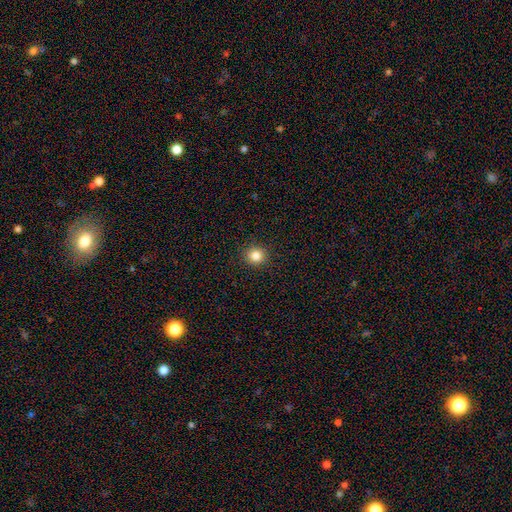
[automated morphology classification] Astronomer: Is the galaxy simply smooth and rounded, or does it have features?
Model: smooth — 83%.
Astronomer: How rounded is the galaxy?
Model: round — 90%.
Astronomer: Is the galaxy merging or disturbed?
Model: none — 92%.